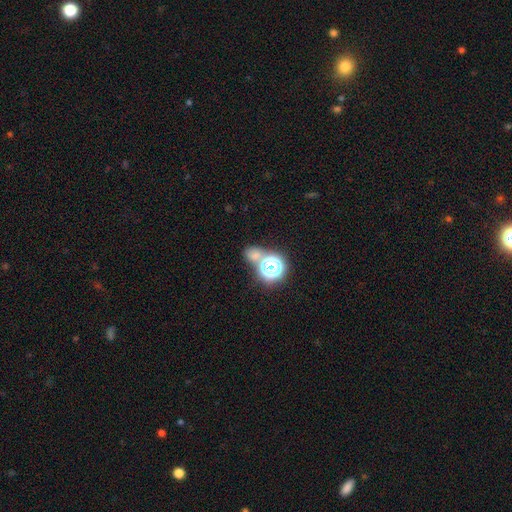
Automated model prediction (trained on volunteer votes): This appears to be a smooth galaxy with no disk features (56%) that is round (67%). Merging: none (49%).